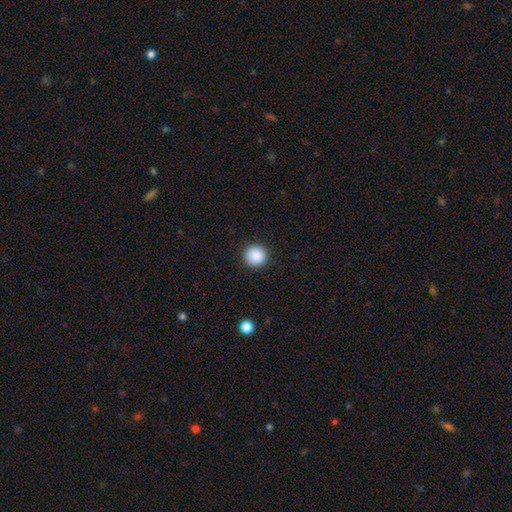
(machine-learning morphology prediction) The model was most divided on "smooth or featured": smooth: 89%, star or artifact: 9%, featured or disk: 3%. More confident: how rounded — round (95%); merging — none (92%).